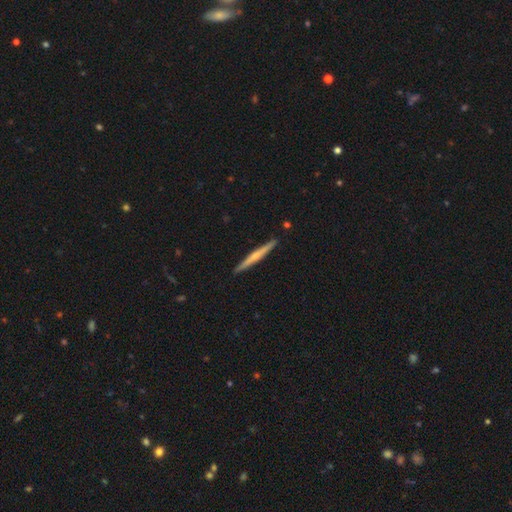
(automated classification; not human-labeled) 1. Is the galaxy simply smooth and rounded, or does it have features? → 60% featured or disk, 35% smooth, 5% star or artifact.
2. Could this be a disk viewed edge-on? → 98% yes, 2% no.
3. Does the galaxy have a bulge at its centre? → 64% rounded, 29% none, 6% boxy.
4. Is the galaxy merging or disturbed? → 91% none, 6% minor disturbance, 1% merger, 1% major disturbance.